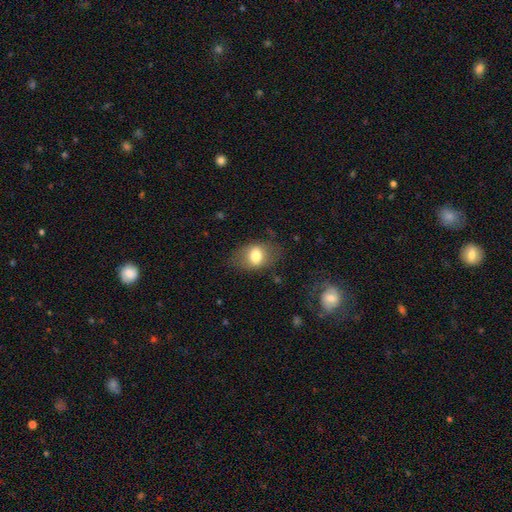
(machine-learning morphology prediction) Smooth or featured: smooth — 71% (featured or disk — 21%)
How rounded: in between — 74% (round — 25%)
Merging: none — 70% (minor disturbance — 19%)